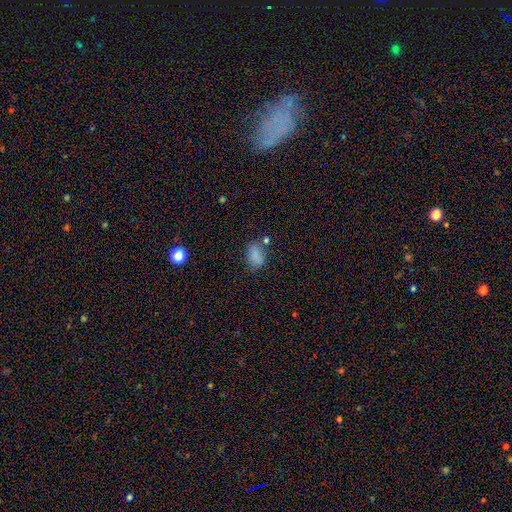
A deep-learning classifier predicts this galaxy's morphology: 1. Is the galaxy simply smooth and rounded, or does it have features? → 79% smooth, 12% star or artifact, 9% featured or disk.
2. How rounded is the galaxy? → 84% in between, 14% round, 2% cigar-shaped.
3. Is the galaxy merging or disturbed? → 63% none, 21% minor disturbance, 9% merger, 7% major disturbance.